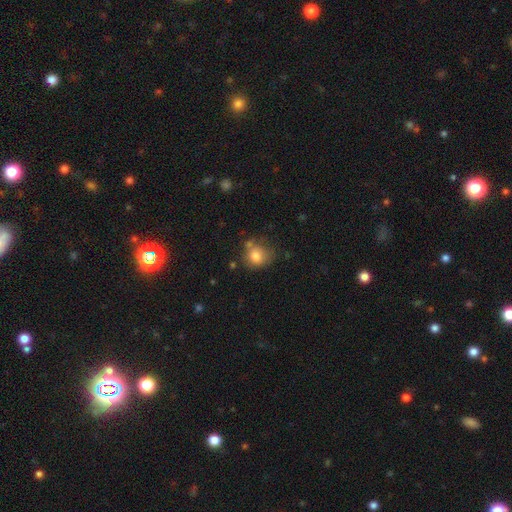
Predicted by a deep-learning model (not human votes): This is likely a smooth galaxy (80%). How rounded: likely round (80%). Merging: possibly none (60%).